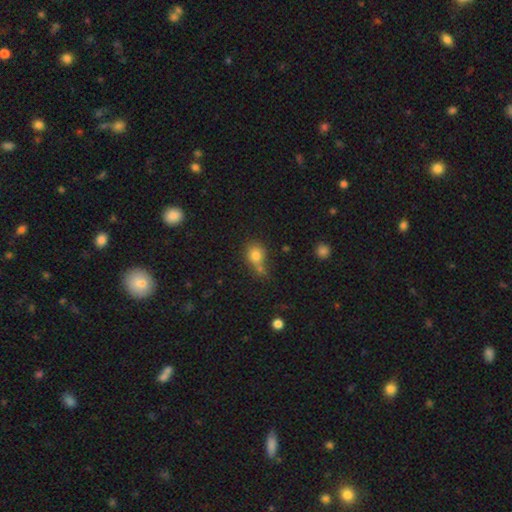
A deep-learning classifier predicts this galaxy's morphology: smooth 79%, star or artifact 12%, featured or disk 9%. Down the decision tree: how rounded — round (63%); merging — none (46%).